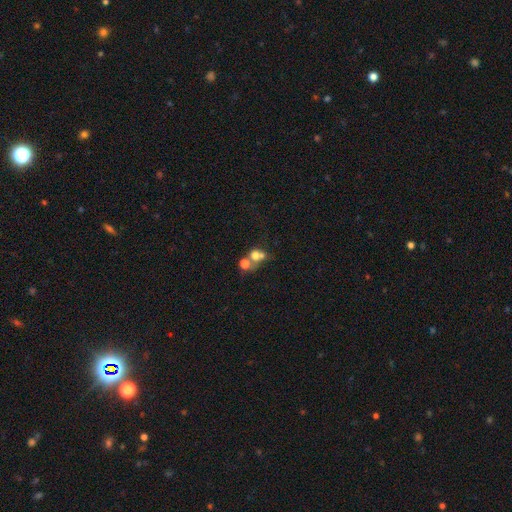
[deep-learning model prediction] Smooth or featured: smooth — 67% (featured or disk — 19%)
How rounded: round — 70% (in between — 29%)
Merging: merger — 60% (none — 26%)